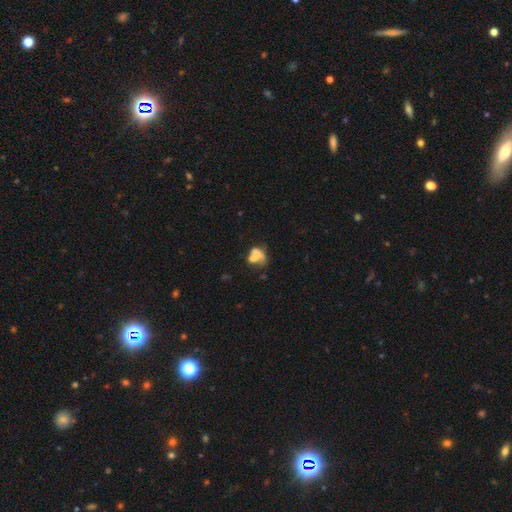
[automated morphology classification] Q: Smooth or featured?
A: smooth (55%); runner-up: featured or disk (33%)
Q: How rounded?
A: in between (59%); runner-up: round (39%)
Q: Merging?
A: merger (45%); runner-up: none (24%)